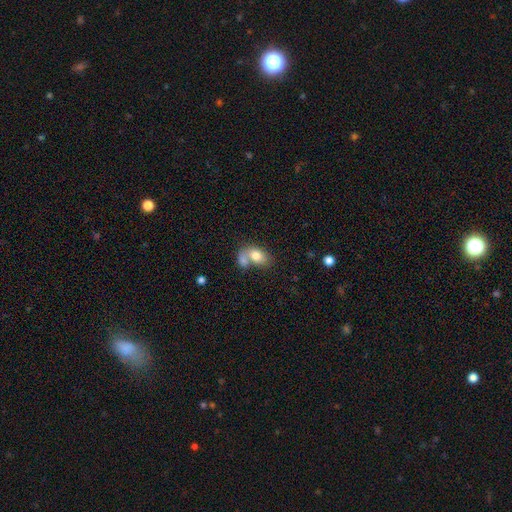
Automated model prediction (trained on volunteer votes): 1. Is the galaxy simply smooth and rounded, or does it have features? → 76% smooth, 17% featured or disk, 7% star or artifact.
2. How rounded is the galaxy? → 83% in between, 16% round, 1% cigar-shaped.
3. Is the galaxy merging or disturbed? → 60% merger, 24% none, 10% minor disturbance, 6% major disturbance.